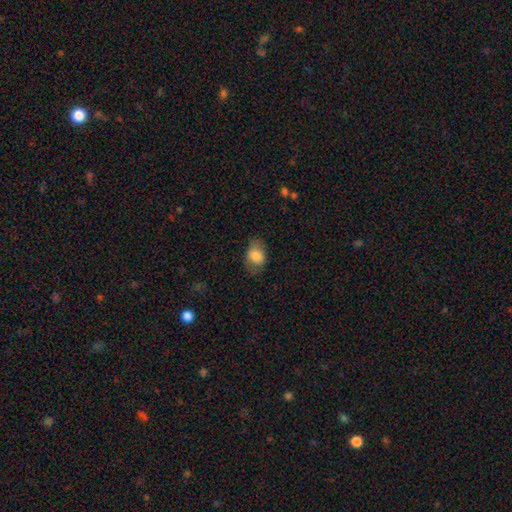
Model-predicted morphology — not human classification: Smooth or featured? smooth (80%)
How rounded? in between (78%)
Merging? none (65%)